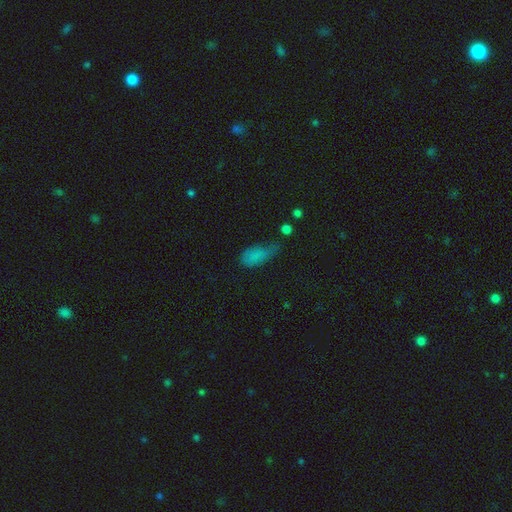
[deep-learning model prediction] Smooth or featured? Predicted: smooth (p=0.75). How rounded? Predicted: in between (p=0.85). Merging? Predicted: minor disturbance (p=0.38).